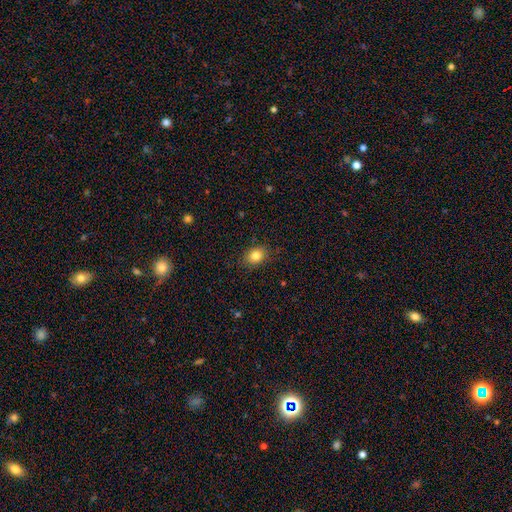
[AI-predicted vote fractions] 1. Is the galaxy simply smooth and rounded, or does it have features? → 83% smooth, 10% star or artifact, 7% featured or disk.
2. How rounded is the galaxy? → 60% in between, 39% round, 1% cigar-shaped.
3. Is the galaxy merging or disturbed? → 85% none, 11% minor disturbance, 3% major disturbance, 1% merger.